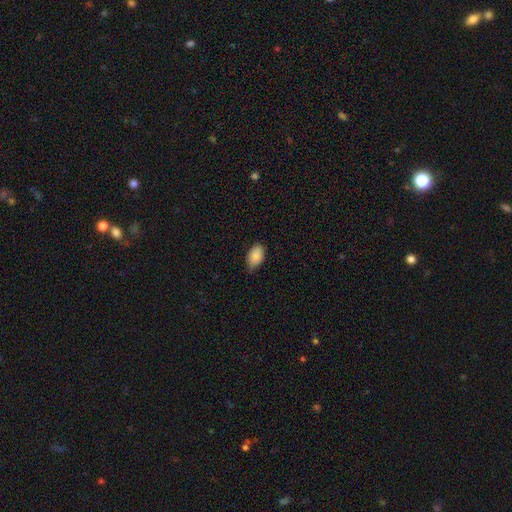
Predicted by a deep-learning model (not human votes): Smooth or featured?
  - smooth: 87% *
  - star or artifact: 7%
  - featured or disk: 6%
How rounded?
  - in between: 91% *
  - round: 8%
  - cigar-shaped: 1%
Merging?
  - none: 72% *
  - minor disturbance: 24%
  - major disturbance: 3%
  - merger: 1%